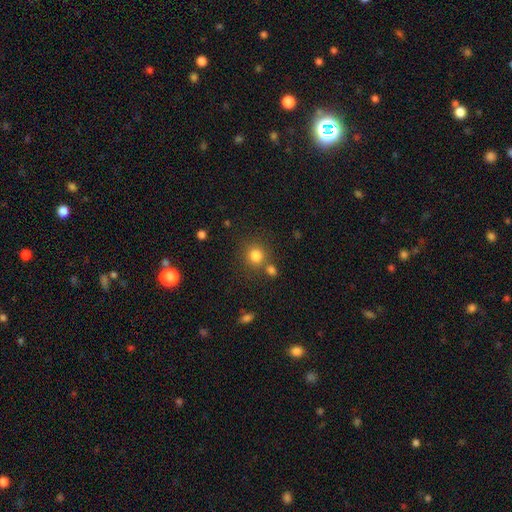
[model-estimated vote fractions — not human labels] smooth-or-featured: smooth: 81% | star or artifact: 13% | featured or disk: 6%
  how-rounded: round: 89% | in between: 11% | cigar-shaped: 1%
  merging: none: 71% | merger: 16% | minor disturbance: 9% | major disturbance: 4%